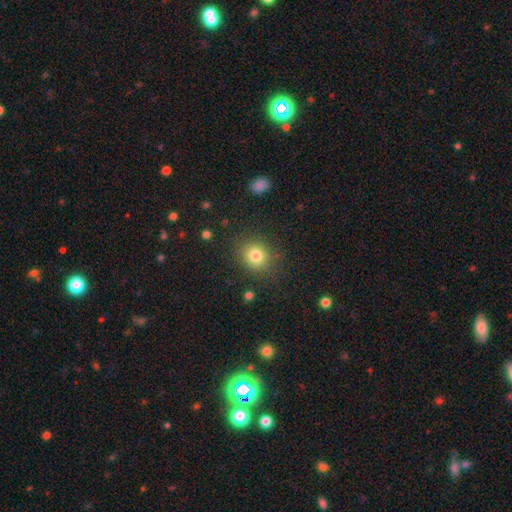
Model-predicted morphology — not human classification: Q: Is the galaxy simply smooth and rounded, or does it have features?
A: smooth — 81%.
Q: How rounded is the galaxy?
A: round — 75%.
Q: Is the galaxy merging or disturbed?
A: none — 85%.